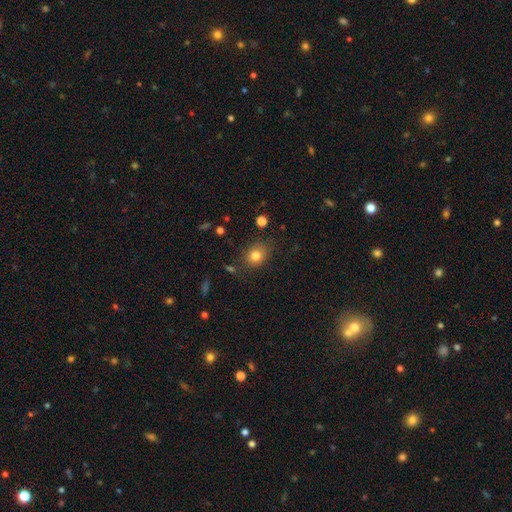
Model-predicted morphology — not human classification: Smooth or featured?
  - smooth: 80% *
  - star or artifact: 12%
  - featured or disk: 8%
How rounded?
  - round: 60% *
  - in between: 39%
  - cigar-shaped: 1%
Merging?
  - none: 78% *
  - minor disturbance: 15%
  - major disturbance: 4%
  - merger: 3%